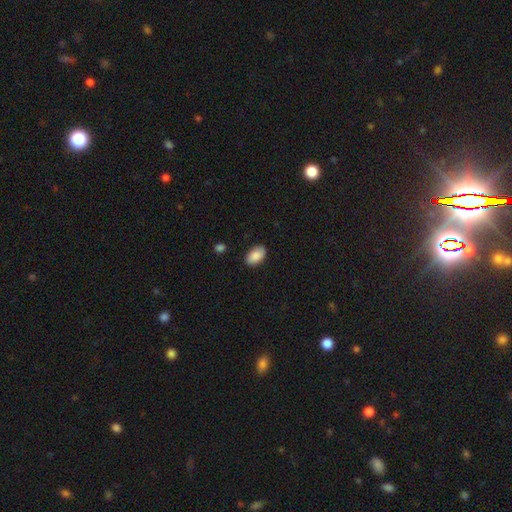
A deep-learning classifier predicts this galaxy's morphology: This is clearly a smooth galaxy (89%). How rounded: clearly in between (94%). Merging: clearly none (88%).